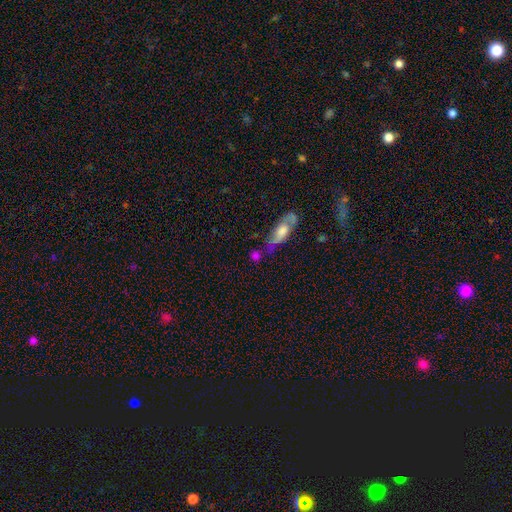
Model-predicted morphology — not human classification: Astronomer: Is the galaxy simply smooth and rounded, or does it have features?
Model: smooth — 67%.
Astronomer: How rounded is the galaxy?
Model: round — 53% (runner-up: in between, 31%).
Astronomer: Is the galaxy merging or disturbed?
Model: none — 58%.